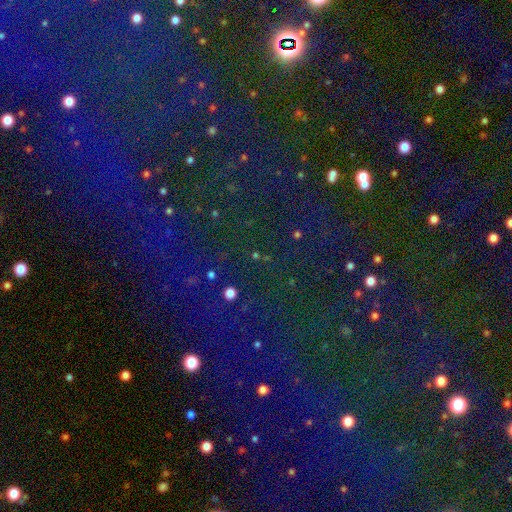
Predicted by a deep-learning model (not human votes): A star or artifact, not a galaxy (81%).

Vote fractions:
- Smooth or featured? star or artifact: 81% / smooth: 12% / featured or disk: 8%